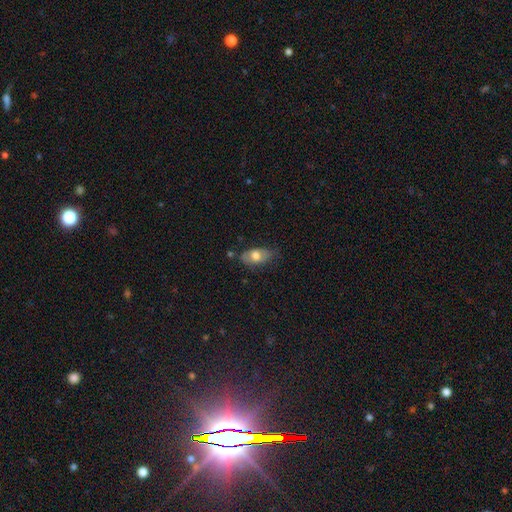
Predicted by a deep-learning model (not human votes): Smooth or featured? smooth (65%)
How rounded? in between (89%)
Merging? none (62%)